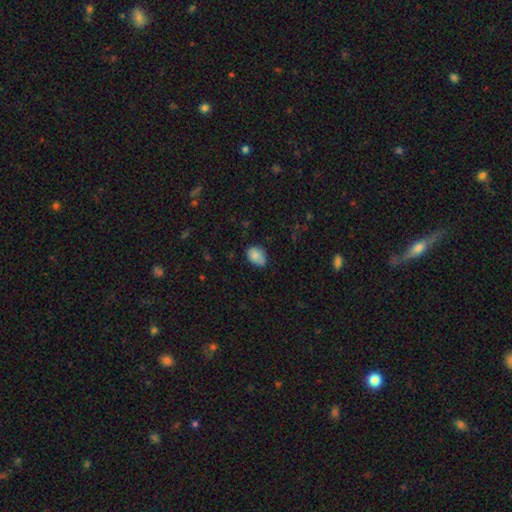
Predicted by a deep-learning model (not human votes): The model was most divided on "merging": none: 56%, minor disturbance: 36%, major disturbance: 6%, merger: 2%. More confident: smooth or featured — smooth (84%); how rounded — in between (76%).